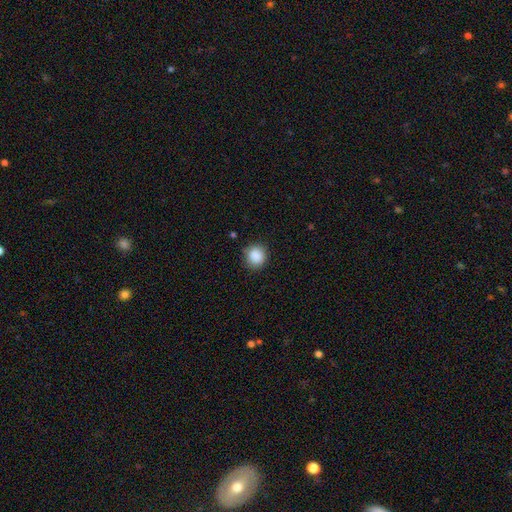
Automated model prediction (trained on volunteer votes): smooth-or-featured: smooth: 88% | star or artifact: 9% | featured or disk: 3%
  how-rounded: round: 88% | in between: 11% | cigar-shaped: 1%
  merging: none: 84% | minor disturbance: 12% | major disturbance: 3% | merger: 2%